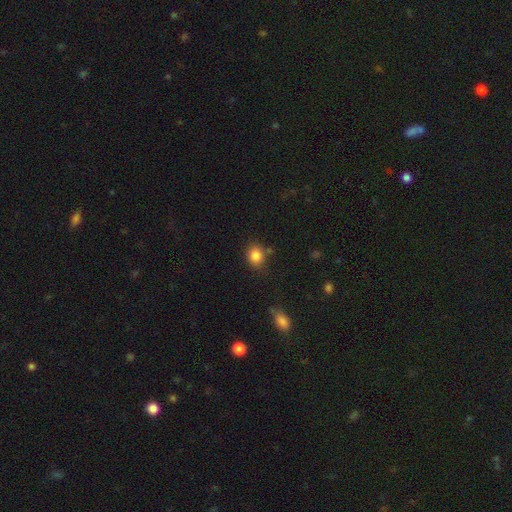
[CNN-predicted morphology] The model was most divided on "how rounded": round: 61%, in between: 38%, cigar-shaped: 1%. More confident: smooth or featured — smooth (85%); merging — none (76%).